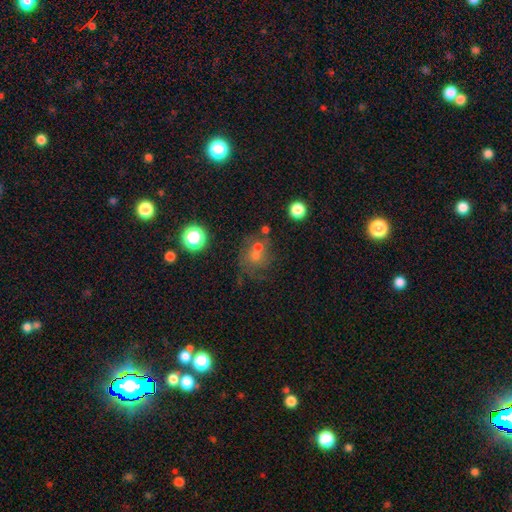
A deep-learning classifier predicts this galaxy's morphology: Smooth or featured?
  - star or artifact: 39% *
  - smooth: 37%
  - featured or disk: 24%